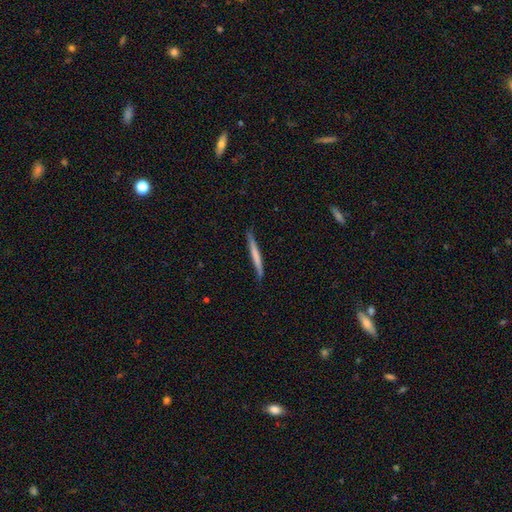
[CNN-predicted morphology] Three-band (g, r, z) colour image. It shows a smooth galaxy with no disk features (59%) that is cigar-shaped (97%). Merging: none (85%).